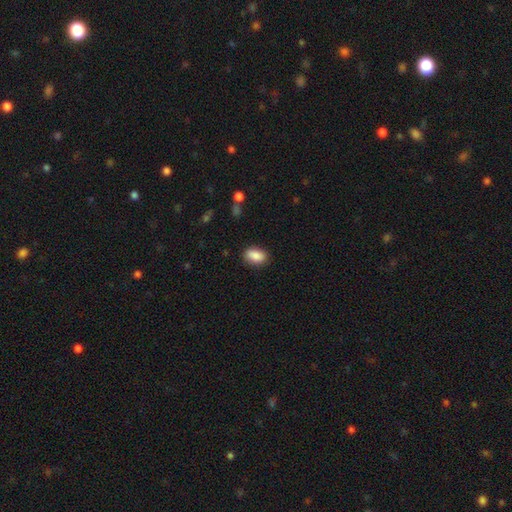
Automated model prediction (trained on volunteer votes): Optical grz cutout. It shows a smooth galaxy with no disk features (89%) that is in between round and cigar-shaped (89%). Merging: none (85%).